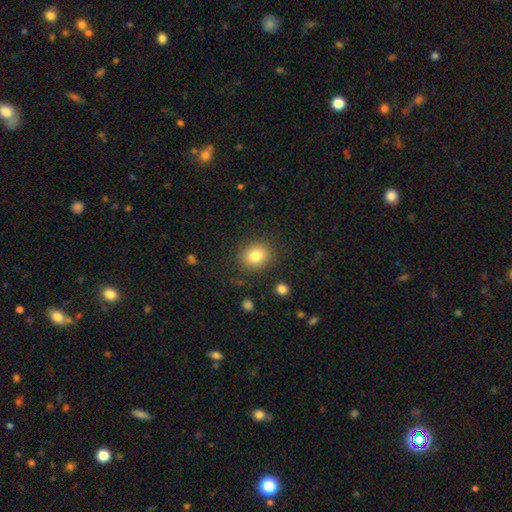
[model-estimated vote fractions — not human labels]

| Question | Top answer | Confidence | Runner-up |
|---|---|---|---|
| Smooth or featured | smooth | 81% | star or artifact (11%) |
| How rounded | round | 72% | in between (28%) |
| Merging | none | 86% | minor disturbance (9%) |